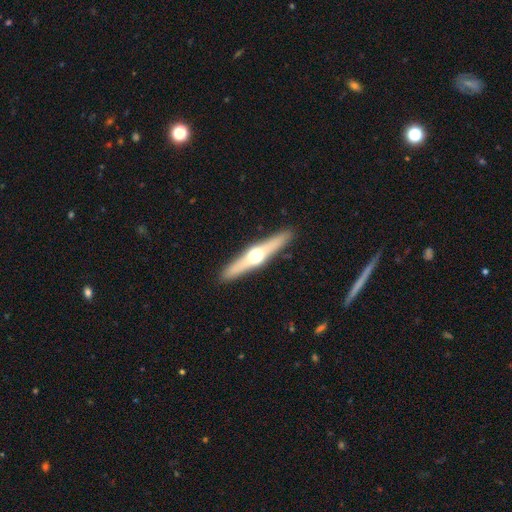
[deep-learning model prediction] Smooth or featured: featured or disk — 65% (smooth — 29%)
Edge-on disk: yes — 96% (no — 4%)
Edge-on bulge: rounded — 95% (none — 3%)
Merging: none — 91% (minor disturbance — 6%)